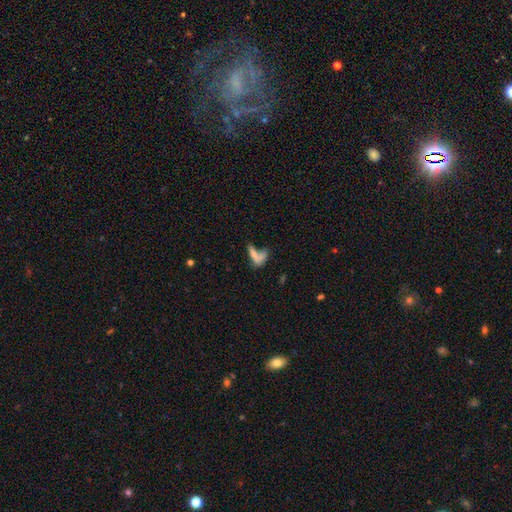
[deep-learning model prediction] smooth-or-featured: smooth: 64% | featured or disk: 23% | star or artifact: 13%
  how-rounded: in between: 51% | cigar-shaped: 41% | round: 8%
  merging: merger: 48% | none: 29% | major disturbance: 13% | minor disturbance: 11%